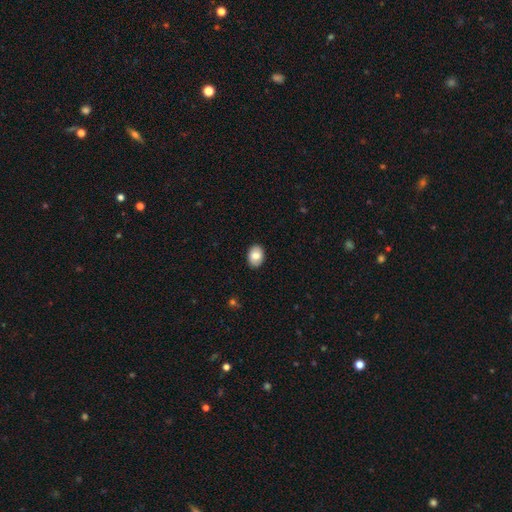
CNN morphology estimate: smooth 80%, featured or disk 13%, star or artifact 7%. Down the decision tree: how rounded — in between (74%); merging — none (89%).